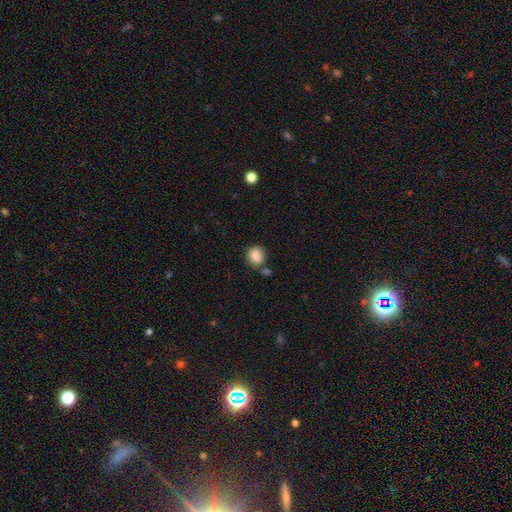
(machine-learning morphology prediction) Smooth or featured?
  - smooth: 86% *
  - star or artifact: 9%
  - featured or disk: 5%
How rounded?
  - round: 81% *
  - in between: 18%
  - cigar-shaped: 1%
Merging?
  - none: 71% *
  - merger: 13%
  - minor disturbance: 13%
  - major disturbance: 4%